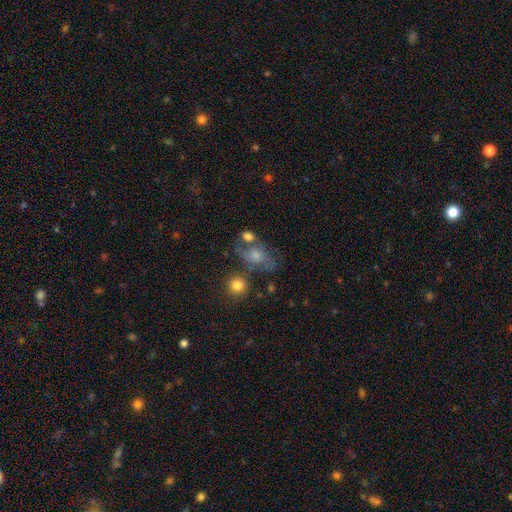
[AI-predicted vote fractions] smooth 48%, featured or disk 39%, star or artifact 13%. Down the decision tree: merging — none (42%).